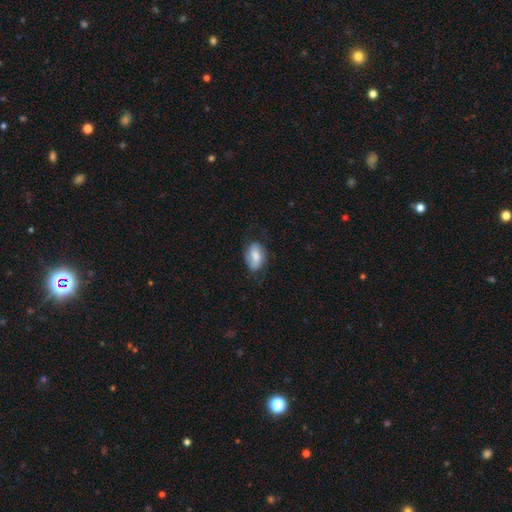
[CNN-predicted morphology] type=smooth (69%); roundness=in between (88%); merging=none (66%).